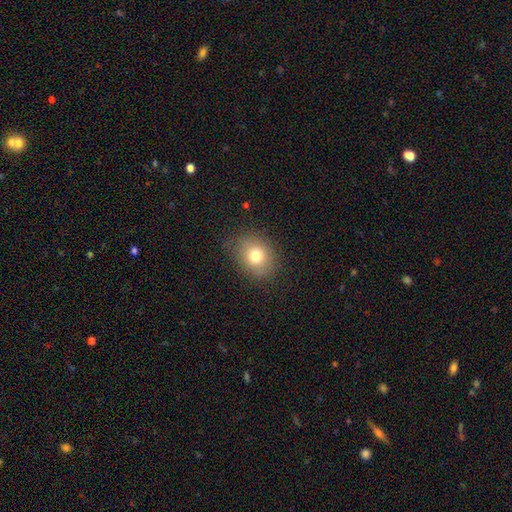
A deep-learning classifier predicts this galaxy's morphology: A smooth galaxy with no disk features (76%) that is round (55%). Merging: none (79%).